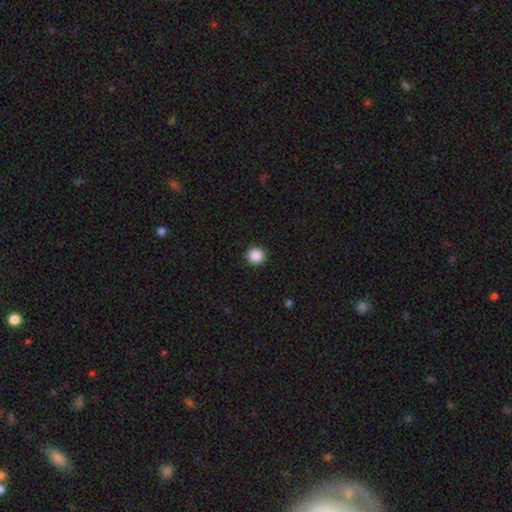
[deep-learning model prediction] Smooth or featured? smooth (88%)
How rounded? round (96%)
Merging? none (93%)